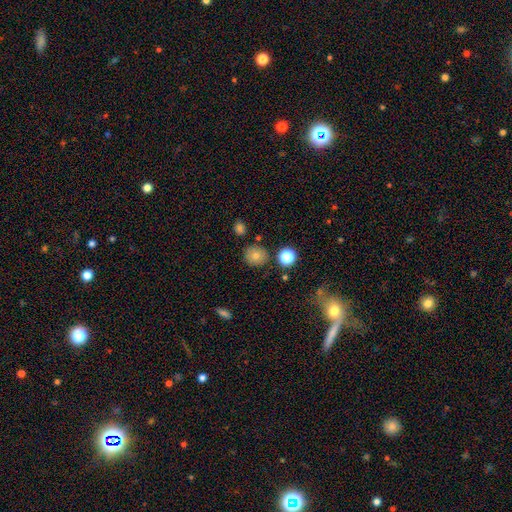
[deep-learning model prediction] Smooth or featured?
  - smooth: 75% *
  - star or artifact: 13%
  - featured or disk: 12%
How rounded?
  - round: 86% *
  - in between: 13%
  - cigar-shaped: 1%
Merging?
  - none: 82% *
  - minor disturbance: 11%
  - merger: 5%
  - major disturbance: 3%